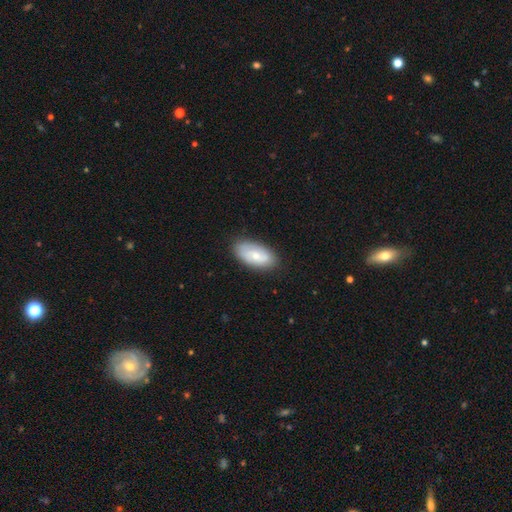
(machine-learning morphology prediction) smooth_or_featured: smooth (p=0.60) [alt: featured or disk p=0.34]
how_rounded: in between (p=0.92) [alt: cigar-shaped p=0.04]
merging: none (p=0.82) [alt: minor disturbance p=0.14]